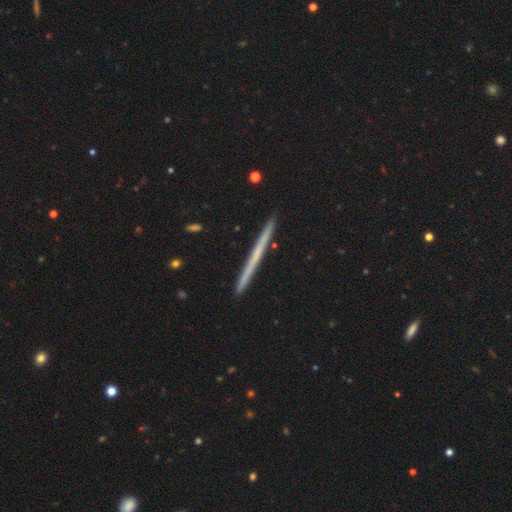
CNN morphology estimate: Smooth or featured?
  - featured or disk: 56% *
  - smooth: 36%
  - star or artifact: 8%
Edge-on disk?
  - yes: 98% *
  - no: 2%
Edge-on bulge?
  - none: 84% *
  - rounded: 13%
  - boxy: 3%
Merging?
  - none: 91% *
  - minor disturbance: 6%
  - merger: 1%
  - major disturbance: 1%